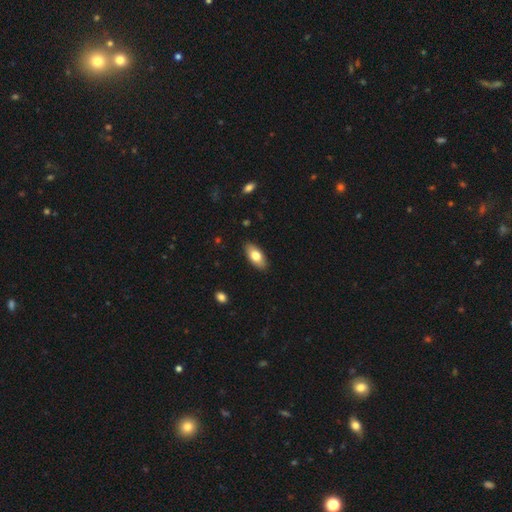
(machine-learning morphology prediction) Overall: smooth (76%). How rounded: in between (89%). Merging: none (88%).